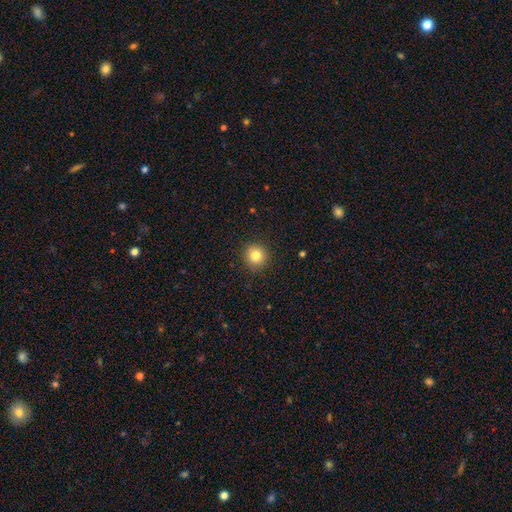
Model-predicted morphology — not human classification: Q: Smooth or featured?
A: smooth (82%); runner-up: star or artifact (11%)
Q: How rounded?
A: round (94%); runner-up: in between (5%)
Q: Merging?
A: none (91%); runner-up: minor disturbance (6%)